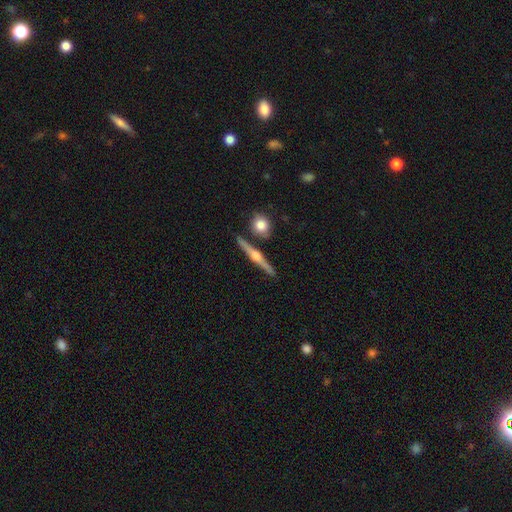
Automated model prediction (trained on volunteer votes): Smooth or featured? Predicted: featured or disk (p=0.78). Edge-on disk? Predicted: yes (p=0.98). Edge-on bulge? Predicted: rounded (p=0.93). Merging? Predicted: none (p=0.85).